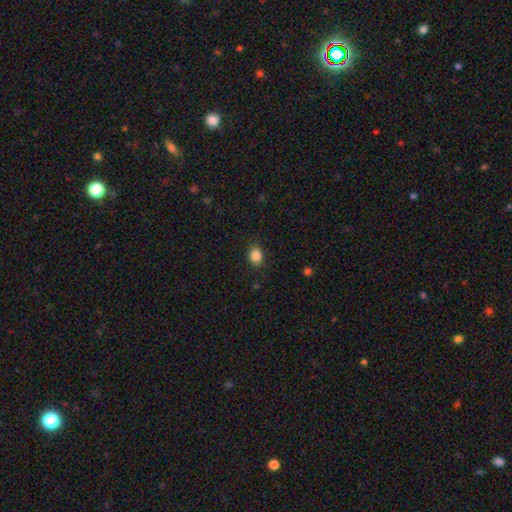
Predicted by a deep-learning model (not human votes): Smooth or featured: smooth — 86% (star or artifact — 10%)
How rounded: in between — 56% (round — 43%)
Merging: none — 86% (minor disturbance — 10%)